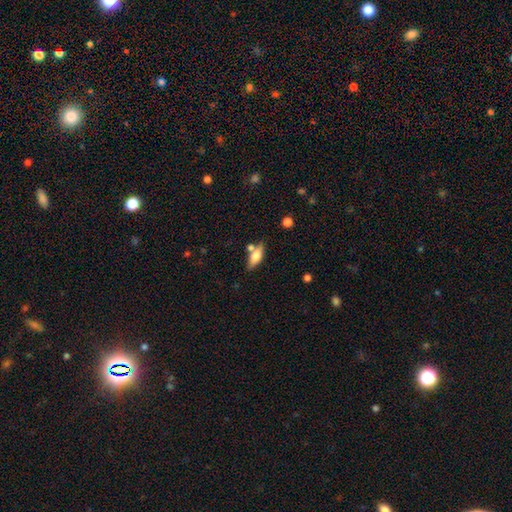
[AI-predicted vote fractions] The model was most divided on "how rounded": in between: 68%, cigar-shaped: 29%, round: 3%. More confident: smooth or featured — smooth (68%); merging — none (66%).